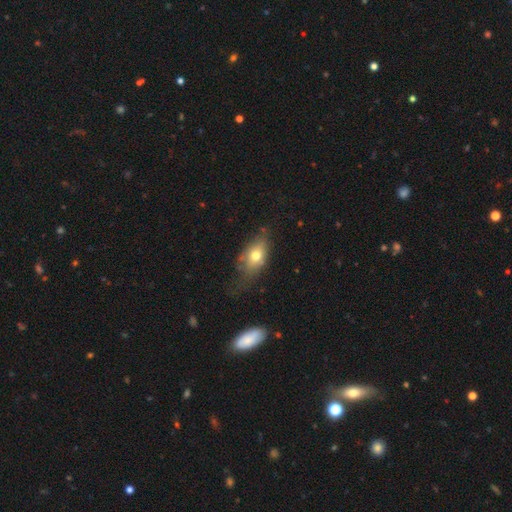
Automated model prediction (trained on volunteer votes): This is likely a smooth galaxy (69%). How rounded: clearly in between (82%). Merging: possibly none (51%).